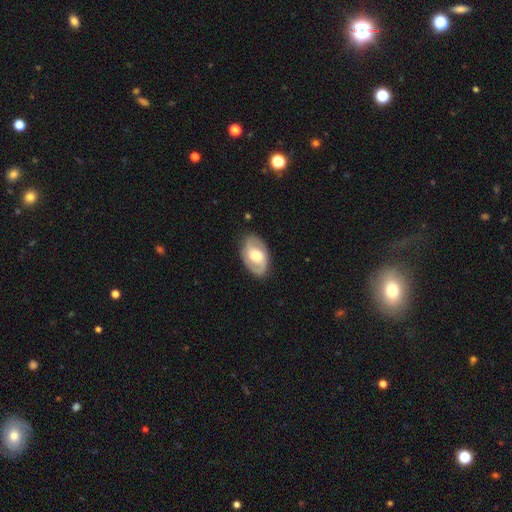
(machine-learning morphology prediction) Smooth or featured? Predicted: featured or disk (p=0.66). Edge-on disk? Predicted: no (p=0.95). Bar? Predicted: no (p=0.45). Spiral arms? Predicted: yes (p=0.74). Bulge size? Predicted: moderate (p=0.56). Merging? Predicted: none (p=0.84).